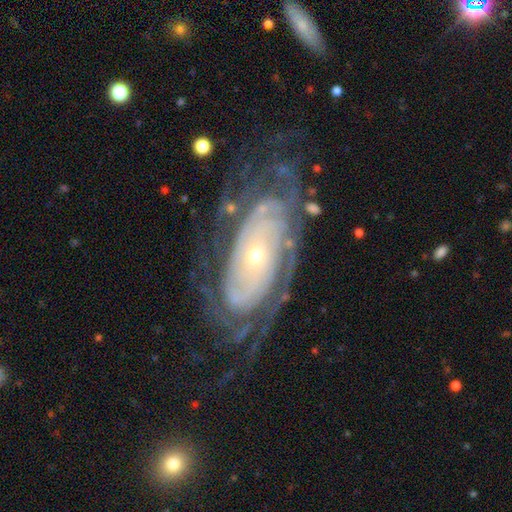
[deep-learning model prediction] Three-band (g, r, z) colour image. It shows a featured or disk galaxy (86%) with no bar (78%), tight (74%) spiral arms (94%) and a small central bulge (76%). Merging: none (67%).